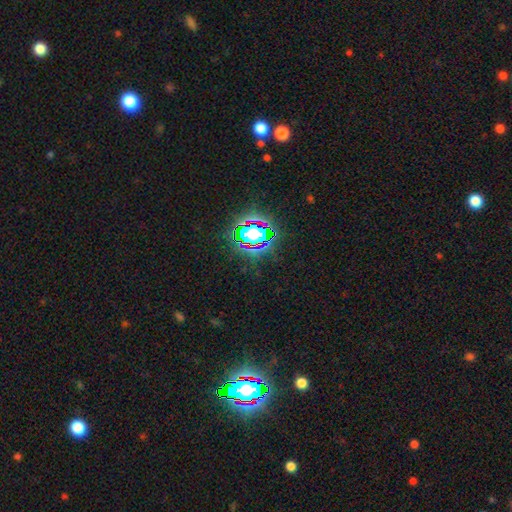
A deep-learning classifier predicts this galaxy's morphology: Q: Smooth or featured?
A: star or artifact (82%); runner-up: smooth (11%)